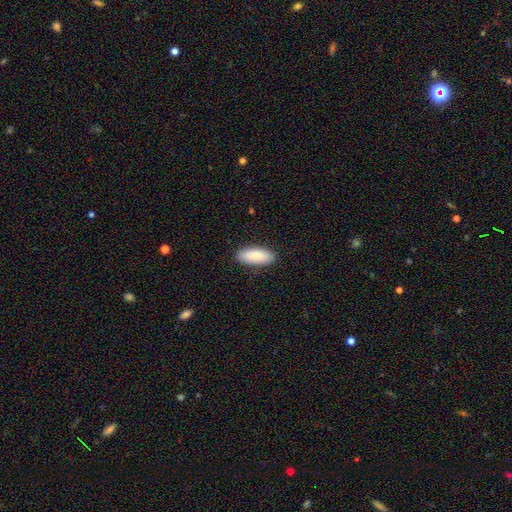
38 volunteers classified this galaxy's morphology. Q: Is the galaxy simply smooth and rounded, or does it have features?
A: smooth — 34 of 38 (89%).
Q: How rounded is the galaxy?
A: in between — 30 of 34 (88%).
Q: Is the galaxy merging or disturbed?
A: none — 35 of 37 (95%).